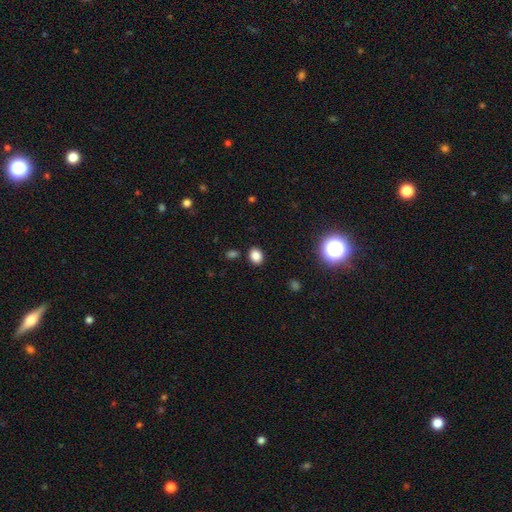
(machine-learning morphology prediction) Smooth or featured: smooth — 84% (star or artifact — 12%)
How rounded: in between — 55% (round — 44%)
Merging: none — 86% (minor disturbance — 8%)